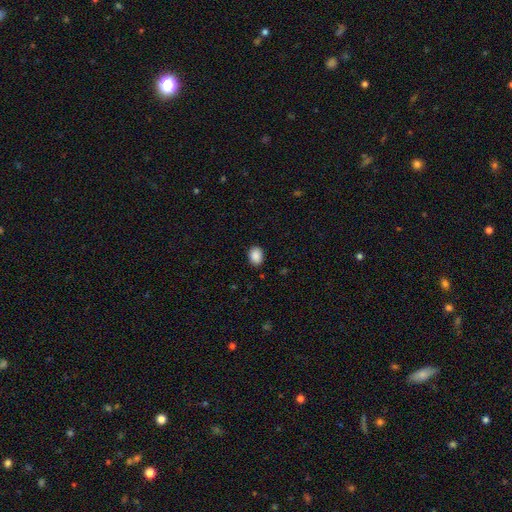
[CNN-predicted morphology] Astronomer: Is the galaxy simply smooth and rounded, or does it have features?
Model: smooth — 89%.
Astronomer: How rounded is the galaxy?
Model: in between — 67%.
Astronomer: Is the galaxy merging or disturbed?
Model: none — 89%.